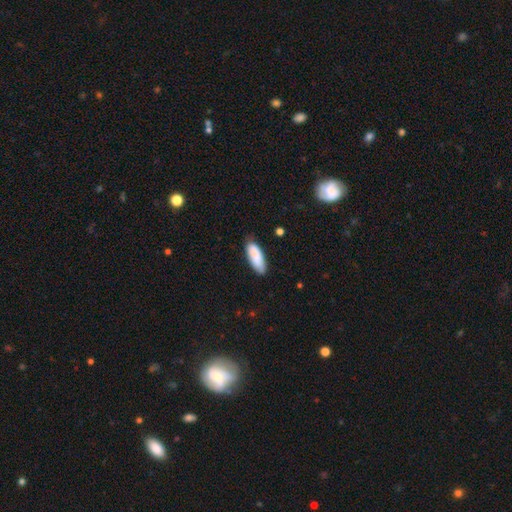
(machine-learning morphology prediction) smooth_or_featured: smooth (p=0.87) [alt: featured or disk p=0.07]
how_rounded: in between (p=0.71) [alt: cigar-shaped p=0.28]
merging: none (p=0.78) [alt: minor disturbance p=0.18]